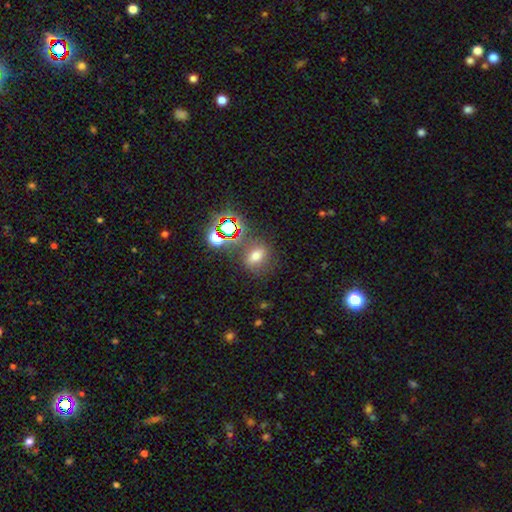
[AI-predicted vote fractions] Smooth or featured?
  - smooth: 58% *
  - star or artifact: 27%
  - featured or disk: 14%
How rounded?
  - in between: 60% *
  - round: 36%
  - cigar-shaped: 4%
Merging?
  - none: 71% *
  - minor disturbance: 14%
  - merger: 9%
  - major disturbance: 6%